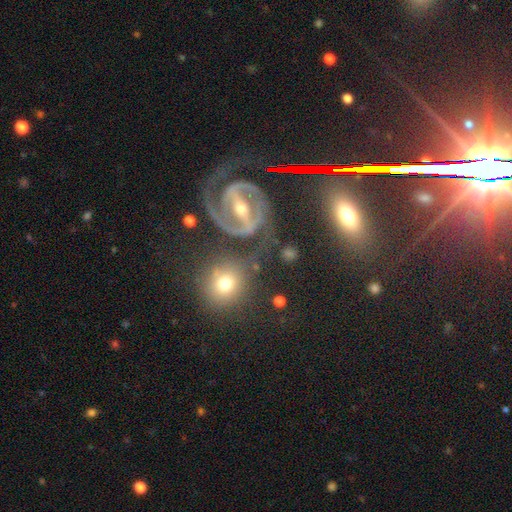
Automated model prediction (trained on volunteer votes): Q: Smooth or featured?
A: featured or disk (60%); runner-up: star or artifact (24%)
Q: Edge-on disk?
A: no (88%); runner-up: yes (12%)
Q: Bar?
A: no (44%); runner-up: weak (34%)
Q: Spiral arms?
A: yes (90%); runner-up: no (10%)
Q: Bulge size?
A: moderate (48%); runner-up: small (42%)
Q: Merging?
A: none (72%); runner-up: minor disturbance (12%)